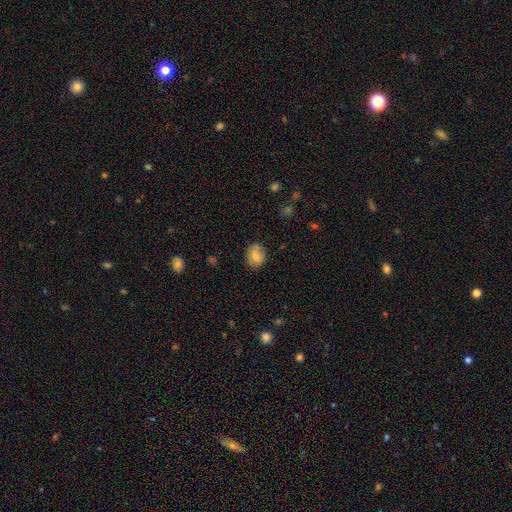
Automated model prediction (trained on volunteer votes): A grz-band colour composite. It shows a smooth galaxy with no disk features (81%) that is in between round and cigar-shaped (64%). Merging: none (81%).